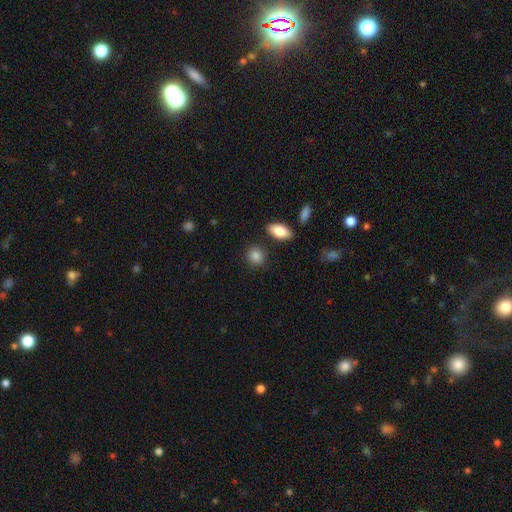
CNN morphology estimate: A smooth galaxy with no disk features (87%) that is round (73%). Merging: none (84%).